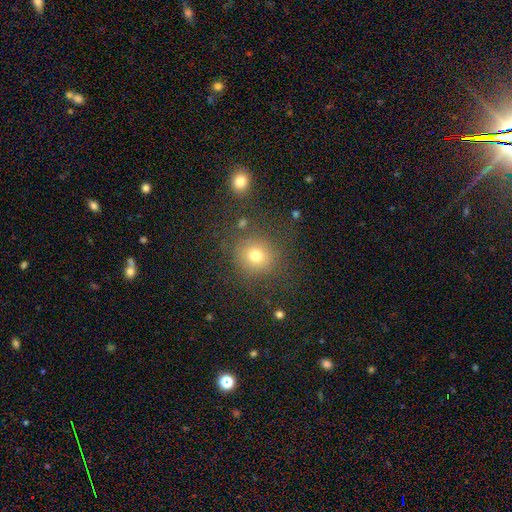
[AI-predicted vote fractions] Smooth or featured?
  - smooth: 74% *
  - star or artifact: 16%
  - featured or disk: 10%
How rounded?
  - round: 88% *
  - in between: 11%
  - cigar-shaped: 1%
Merging?
  - none: 79% *
  - minor disturbance: 11%
  - major disturbance: 6%
  - merger: 5%